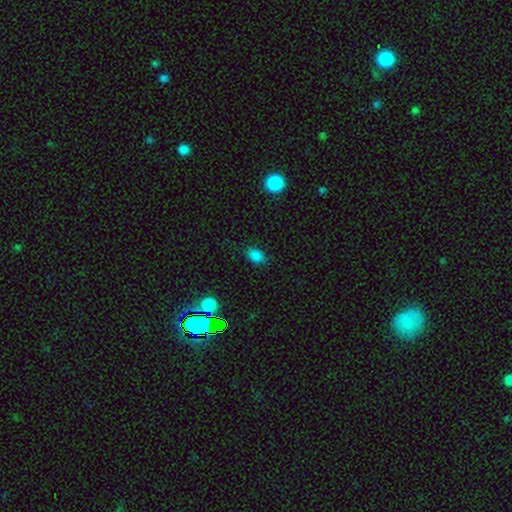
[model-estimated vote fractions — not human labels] smooth-or-featured: smooth: 83% | star or artifact: 13% | featured or disk: 4%
  how-rounded: in between: 80% | round: 19% | cigar-shaped: 2%
  merging: none: 81% | minor disturbance: 14% | major disturbance: 3% | merger: 1%